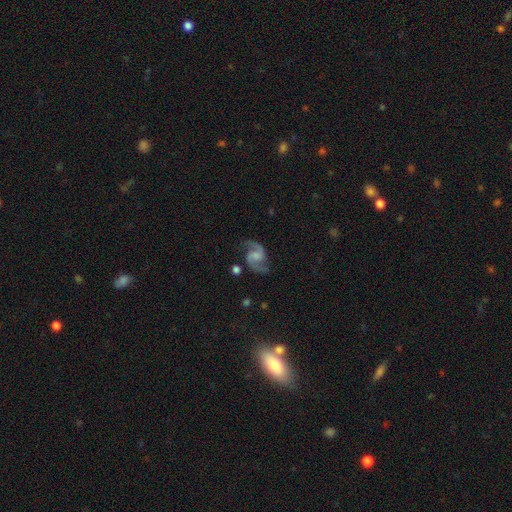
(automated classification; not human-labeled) Smooth or featured? Predicted: featured or disk (p=0.90). Edge-on disk? Predicted: no (p=0.98). Bar? Predicted: weak (p=0.46). Spiral arms? Predicted: yes (p=0.98). Spiral winding? Predicted: medium (p=0.51). Spiral arm count? Predicted: 2 (p=0.94). Bulge size? Predicted: none (p=0.32, tied with small). Merging? Predicted: none (p=0.79).